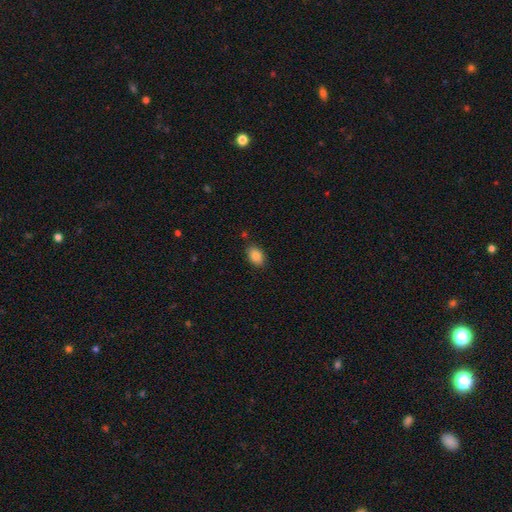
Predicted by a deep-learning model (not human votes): smooth_or_featured: smooth (p=0.86) [alt: star or artifact p=0.08]
how_rounded: in between (p=0.85) [alt: round p=0.13]
merging: none (p=0.84) [alt: minor disturbance p=0.11]